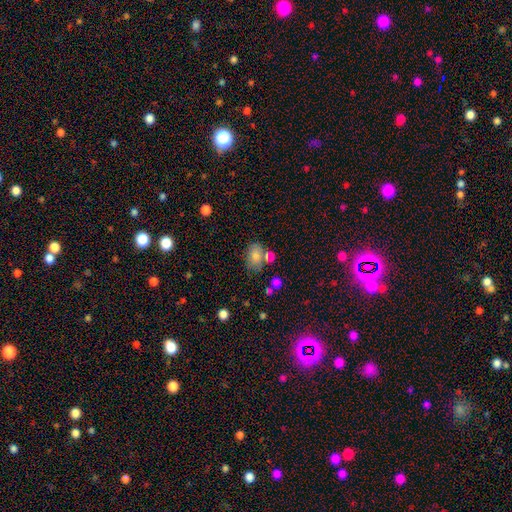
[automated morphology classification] Overall: smooth (78%). How rounded: in between (76%). Merging: none (55%; merger 21%).